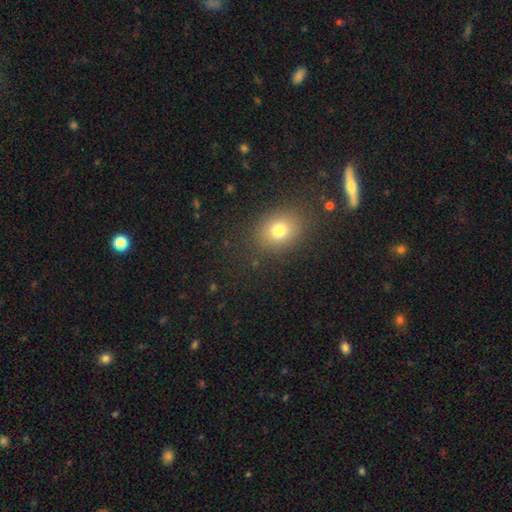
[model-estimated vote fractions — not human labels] Smooth or featured? Predicted: smooth (p=0.66). How rounded? Predicted: round (p=0.53). Merging? Predicted: none (p=0.84).